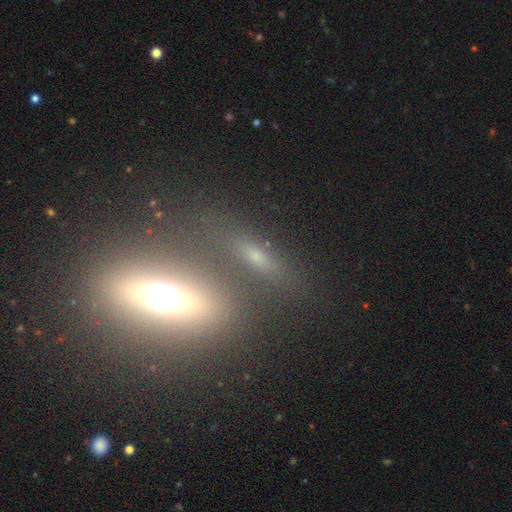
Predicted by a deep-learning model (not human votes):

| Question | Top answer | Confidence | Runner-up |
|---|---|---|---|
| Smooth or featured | smooth | 40% | featured or disk (34%) |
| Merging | none | 71% | minor disturbance (11%) |